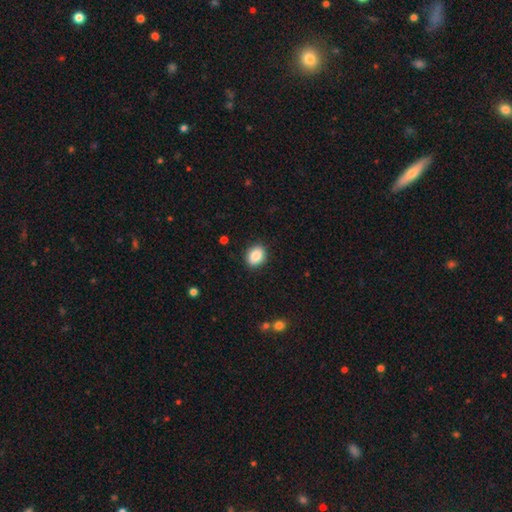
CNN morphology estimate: A smooth galaxy with no disk features (88%) that is in between round and cigar-shaped (56%).

Vote fractions:
- Smooth or featured? smooth: 88% / star or artifact: 8% / featured or disk: 4%
- How rounded? in between: 56% / round: 43% / cigar-shaped: 1%
- Merging? none: 89% / minor disturbance: 8% / major disturbance: 2% / merger: 1%